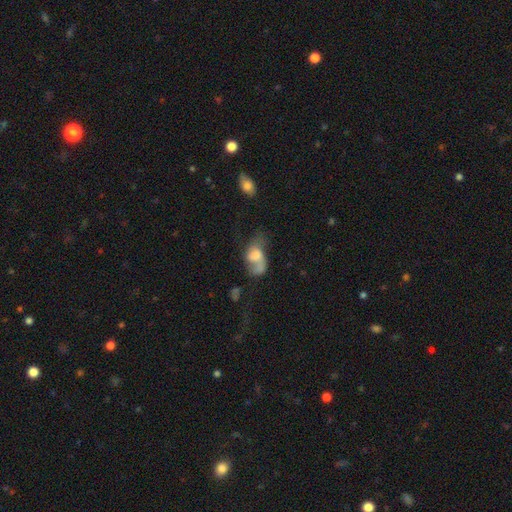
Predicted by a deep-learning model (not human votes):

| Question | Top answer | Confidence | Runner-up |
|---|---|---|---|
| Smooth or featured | smooth | 50% | featured or disk (41%) |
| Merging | major disturbance | 40% | none (23%) |